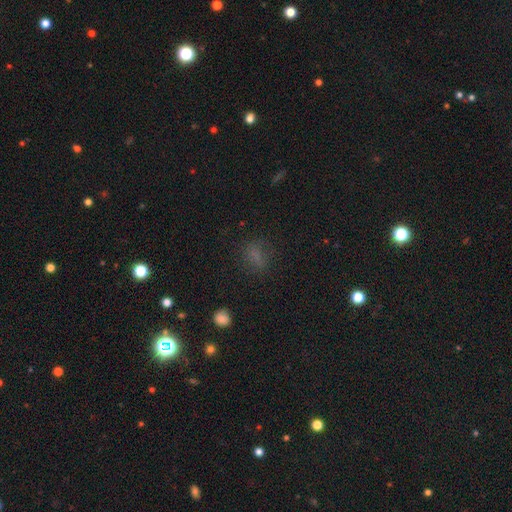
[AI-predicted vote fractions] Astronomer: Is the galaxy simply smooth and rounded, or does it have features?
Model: smooth — 63%.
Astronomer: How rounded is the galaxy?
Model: in between — 55% (runner-up: round, 38%).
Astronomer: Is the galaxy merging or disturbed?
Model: none — 72%.